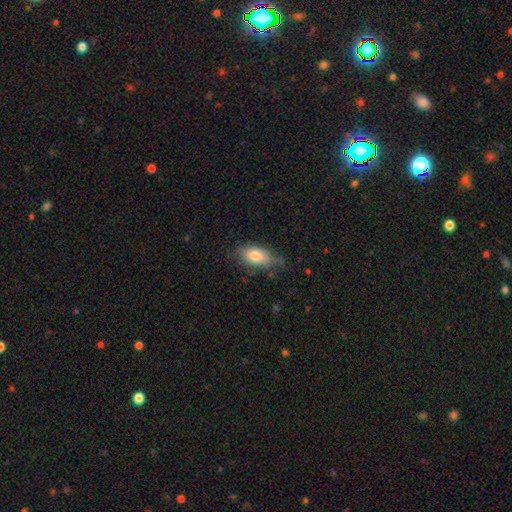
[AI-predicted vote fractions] smooth-or-featured: smooth: 79% | featured or disk: 14% | star or artifact: 7%
  how-rounded: in between: 89% | cigar-shaped: 6% | round: 5%
  merging: none: 64% | minor disturbance: 28% | major disturbance: 6% | merger: 2%